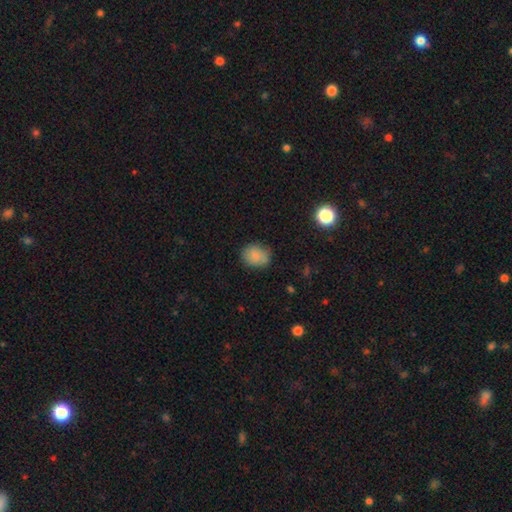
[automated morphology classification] A smooth galaxy with no disk features (83%) that is round (51%).

Vote fractions:
- Smooth or featured? smooth: 83% / star or artifact: 9% / featured or disk: 8%
- How rounded? round: 51% / in between: 48% / cigar-shaped: 1%
- Merging? none: 75% / minor disturbance: 19% / major disturbance: 4% / merger: 2%